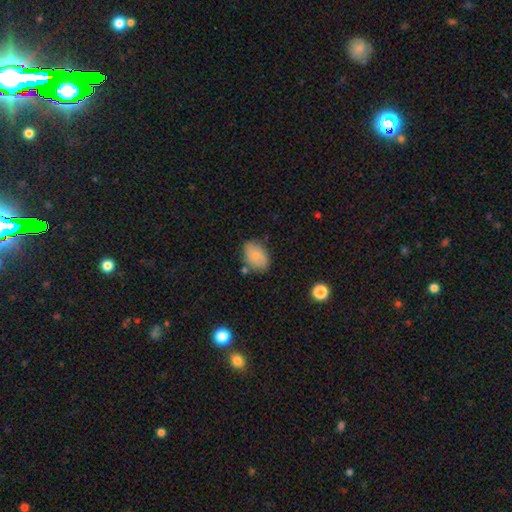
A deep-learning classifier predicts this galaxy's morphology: This is likely a smooth galaxy (78%). How rounded: likely in between (75%). Merging: likely none (68%).